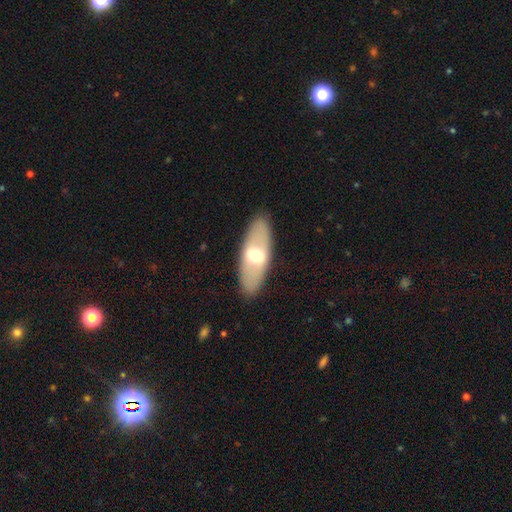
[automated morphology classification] Smooth or featured? Predicted: smooth (p=0.49). Merging? Predicted: none (p=0.88).